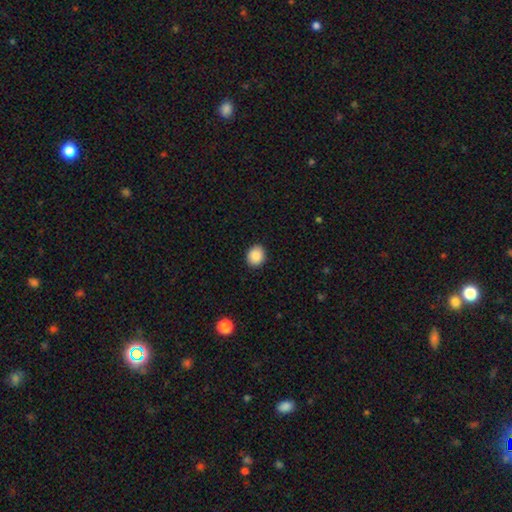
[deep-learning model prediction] smooth-or-featured: smooth: 89% | star or artifact: 8% | featured or disk: 3%
  how-rounded: round: 63% | in between: 36% | cigar-shaped: 1%
  merging: none: 90% | minor disturbance: 7% | major disturbance: 2% | merger: 1%